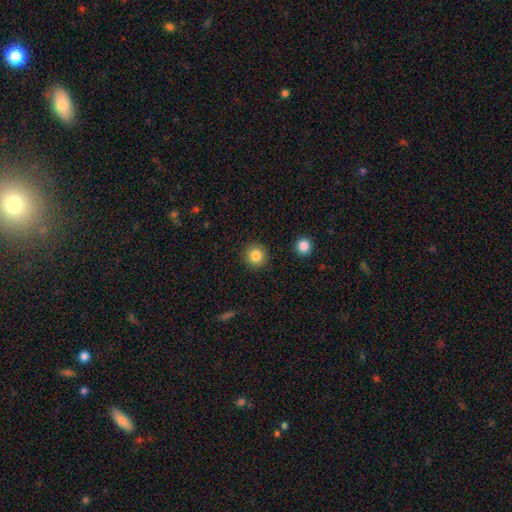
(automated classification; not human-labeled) This is clearly a smooth galaxy (84%). How rounded: clearly round (94%). Merging: clearly none (91%).